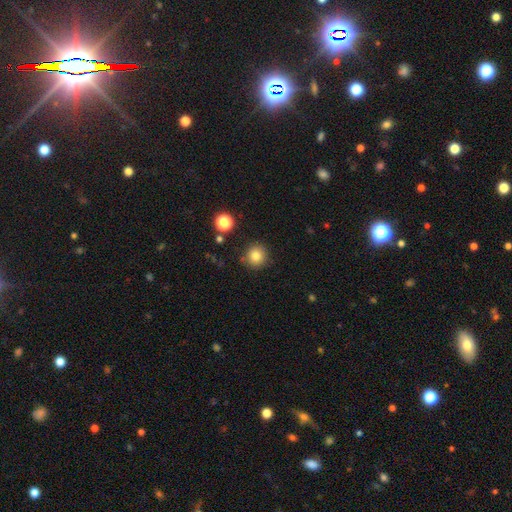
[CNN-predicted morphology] The model was most divided on "smooth or featured": smooth: 82%, star or artifact: 12%, featured or disk: 7%. More confident: how rounded — round (93%); merging — none (87%).